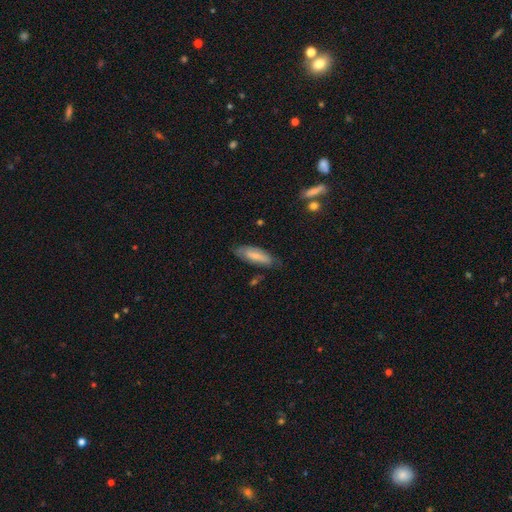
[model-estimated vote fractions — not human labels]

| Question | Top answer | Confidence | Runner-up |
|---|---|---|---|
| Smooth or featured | smooth | 65% | featured or disk (29%) |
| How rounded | in between | 62% | cigar-shaped (36%) |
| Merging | none | 70% | minor disturbance (23%) |